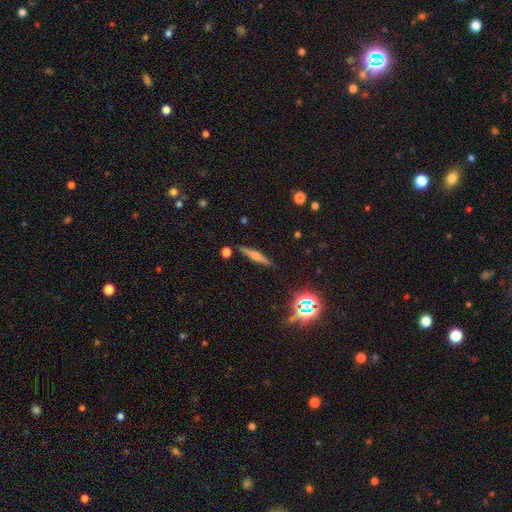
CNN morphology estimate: The model was most divided on "smooth or featured": featured or disk: 53%, smooth: 34%, star or artifact: 13%. More confident: edge-on disk — yes (96%); merging — none (87%); edge-on bulge — rounded (79%).